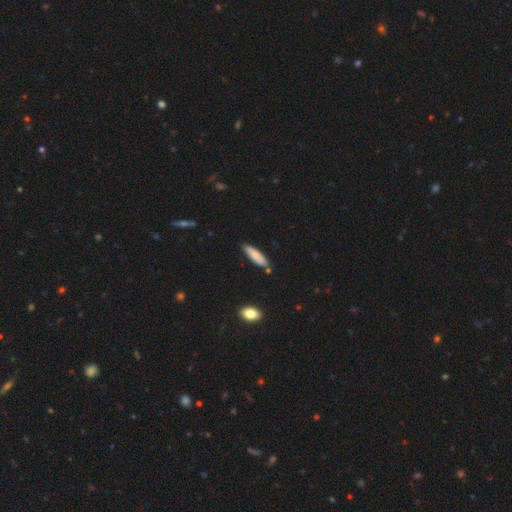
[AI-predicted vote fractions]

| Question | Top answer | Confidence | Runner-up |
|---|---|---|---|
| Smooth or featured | smooth | 82% | featured or disk (12%) |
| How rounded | cigar-shaped | 66% | in between (33%) |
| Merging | none | 79% | minor disturbance (15%) |